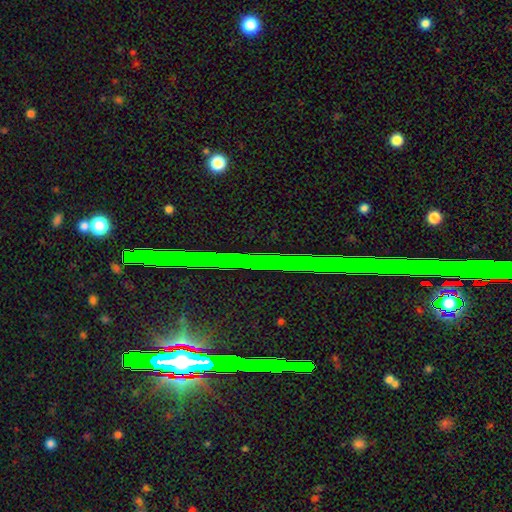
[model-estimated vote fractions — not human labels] smooth-or-featured: star or artifact: 74% | smooth: 14% | featured or disk: 12%